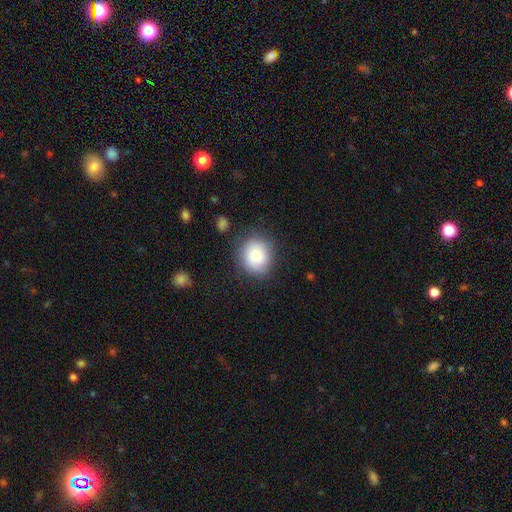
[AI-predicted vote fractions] This appears to be a smooth galaxy with no disk features (85%) that is round (79%). Merging: none (79%).